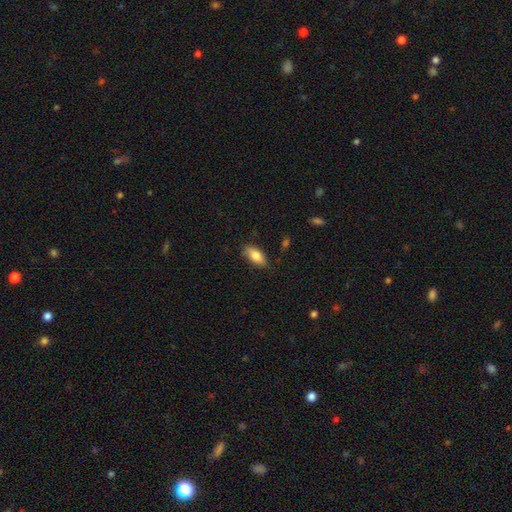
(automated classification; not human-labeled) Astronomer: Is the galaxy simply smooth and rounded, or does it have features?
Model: smooth — 82%.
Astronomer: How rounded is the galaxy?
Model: in between — 86%.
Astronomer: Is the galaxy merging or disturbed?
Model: none — 81%.